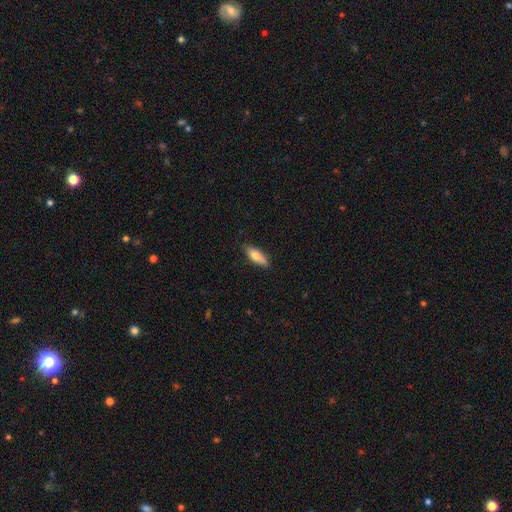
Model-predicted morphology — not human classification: type=smooth (72%); roundness=in between (65%); merging=none (81%).